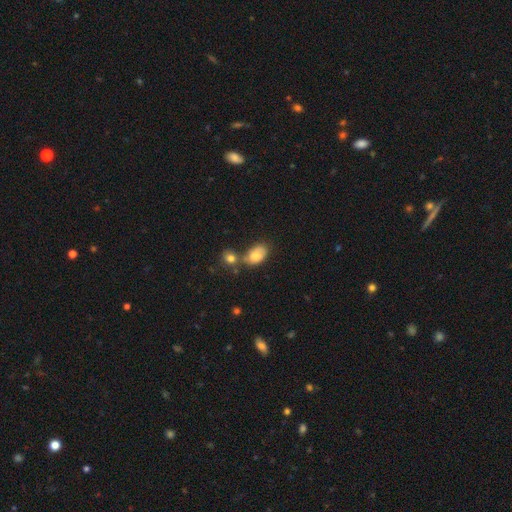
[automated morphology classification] smooth-or-featured: smooth: 76% | featured or disk: 15% | star or artifact: 9%
  how-rounded: in between: 87% | round: 12% | cigar-shaped: 2%
  merging: none: 40% | merger: 32% | minor disturbance: 20% | major disturbance: 8%